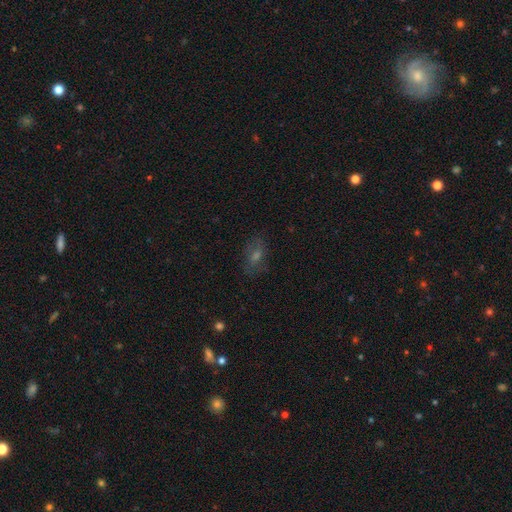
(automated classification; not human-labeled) smooth 41%, featured or disk 33%, star or artifact 26%. Down the decision tree: merging — none (77%).